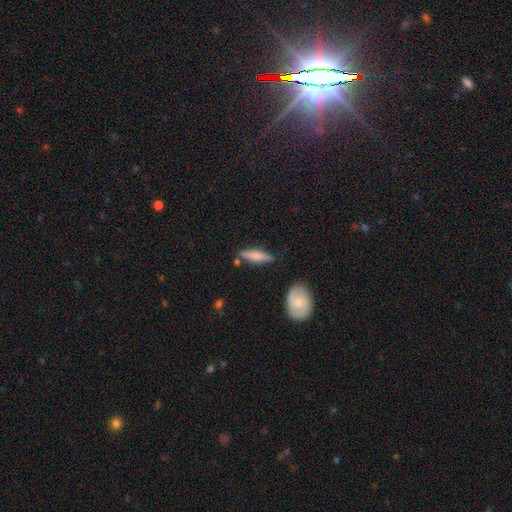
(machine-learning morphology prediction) smooth_or_featured: smooth (p=0.62) [alt: featured or disk p=0.31]
how_rounded: cigar-shaped (p=0.70) [alt: in between p=0.28]
merging: none (p=0.76) [alt: minor disturbance p=0.15]